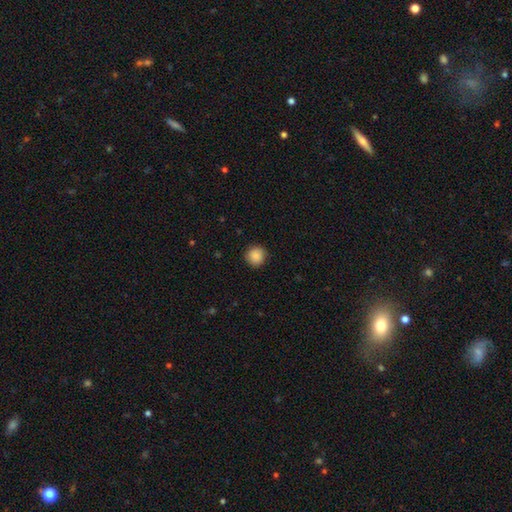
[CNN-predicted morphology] Smooth or featured? Predicted: smooth (p=0.88). How rounded? Predicted: round (p=0.94). Merging? Predicted: none (p=0.89).